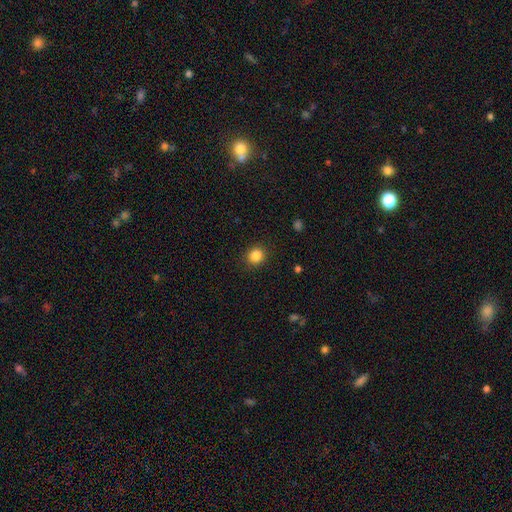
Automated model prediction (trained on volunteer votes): Smooth or featured?
  - smooth: 85% *
  - star or artifact: 11%
  - featured or disk: 4%
How rounded?
  - round: 87% *
  - in between: 12%
  - cigar-shaped: 1%
Merging?
  - none: 90% *
  - minor disturbance: 7%
  - major disturbance: 2%
  - merger: 1%